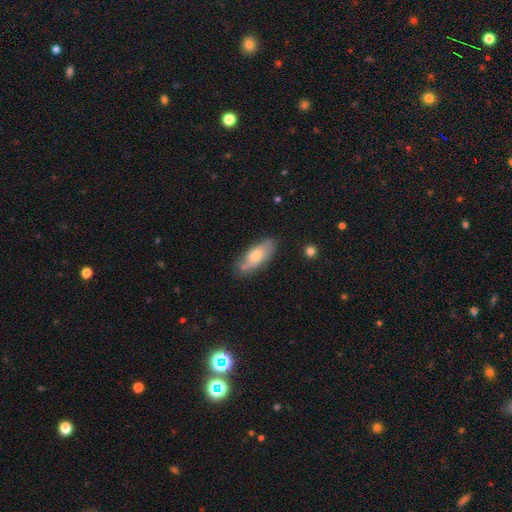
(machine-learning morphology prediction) This appears to be a smooth galaxy with no disk features (58%) that is in between round and cigar-shaped (78%). Merging: none (75%).